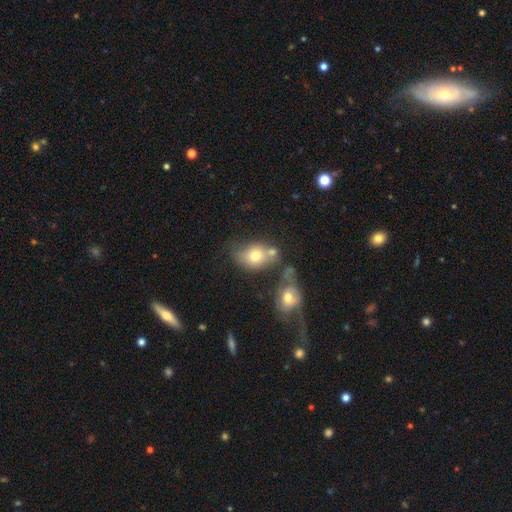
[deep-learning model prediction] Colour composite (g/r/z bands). It shows a smooth galaxy with no disk features (71%) that is in between round and cigar-shaped (62%). Merging: none (37%, tied with merger).